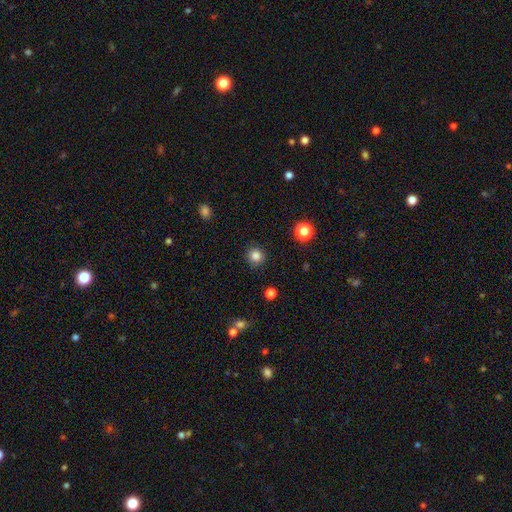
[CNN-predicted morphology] This is clearly a smooth galaxy (85%). How rounded: clearly round (93%). Merging: clearly none (91%).